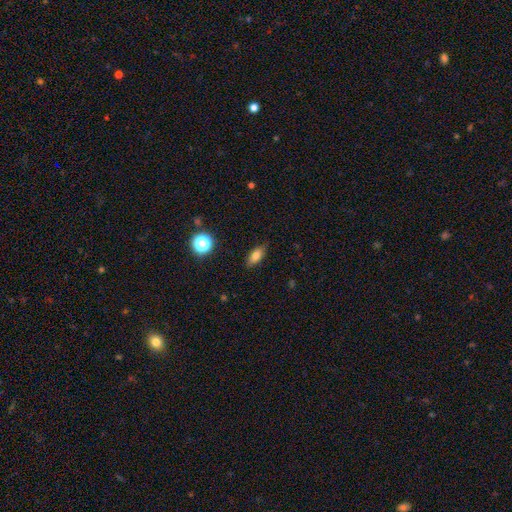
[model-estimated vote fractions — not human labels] Smooth or featured? Predicted: smooth (p=0.78). How rounded? Predicted: in between (p=0.81). Merging? Predicted: none (p=0.85).